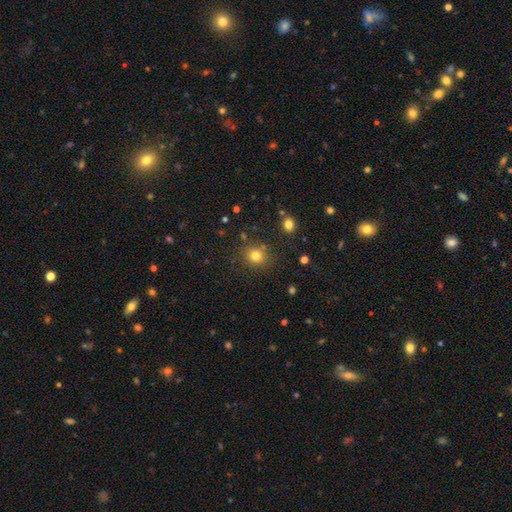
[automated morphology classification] Overall: smooth (79%). How rounded: round (77%). Merging: none (81%).